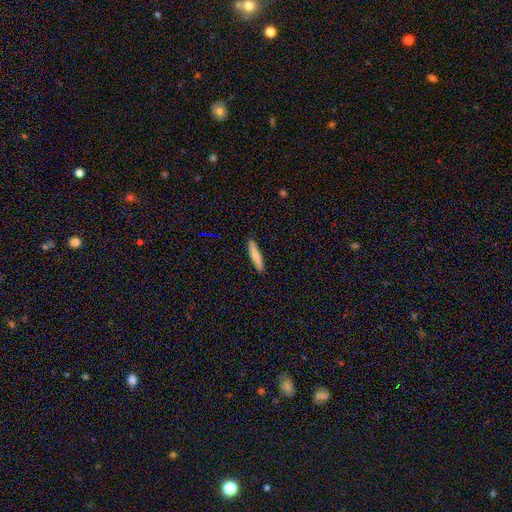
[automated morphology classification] This is likely a smooth galaxy (76%). How rounded: clearly cigar-shaped (89%). Merging: clearly none (89%).